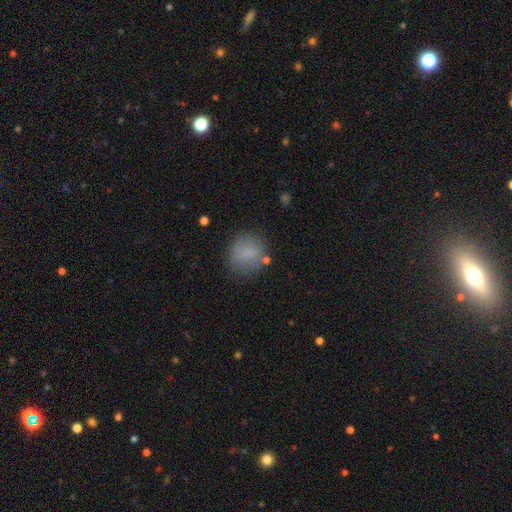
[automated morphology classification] This is clearly a smooth galaxy (80%). How rounded: clearly round (82%). Merging: likely none (76%).